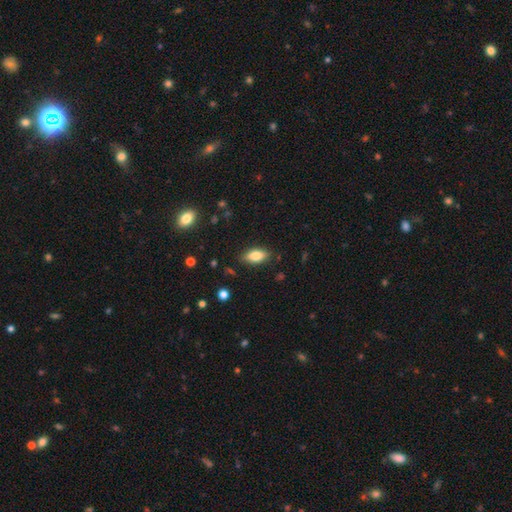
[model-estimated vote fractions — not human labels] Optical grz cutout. It shows a smooth galaxy with no disk features (81%) that is in between round and cigar-shaped (88%). Merging: none (83%).